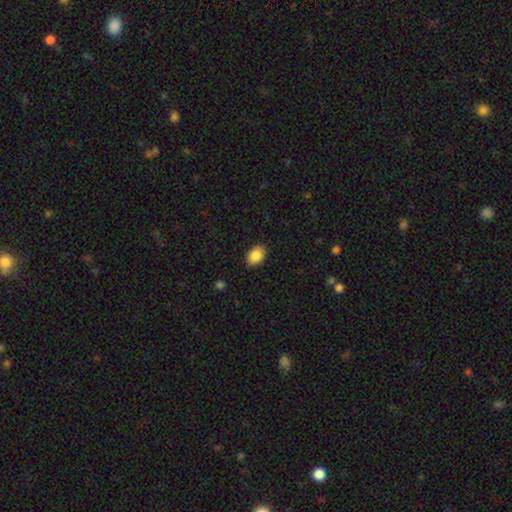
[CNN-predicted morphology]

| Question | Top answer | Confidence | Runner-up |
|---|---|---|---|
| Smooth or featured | smooth | 88% | star or artifact (7%) |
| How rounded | in between | 82% | round (17%) |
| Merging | none | 87% | minor disturbance (9%) |